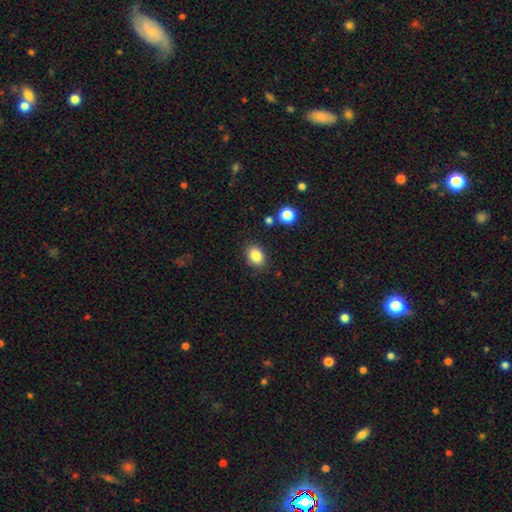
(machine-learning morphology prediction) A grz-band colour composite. It shows a smooth galaxy with no disk features (85%) that is in between round and cigar-shaped (71%). Merging: none (85%).